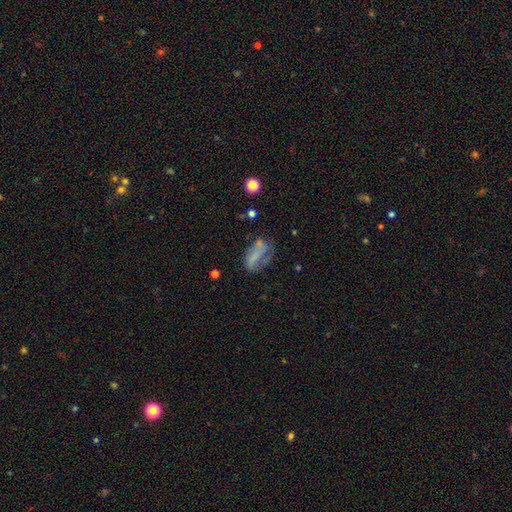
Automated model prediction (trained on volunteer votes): Morphology: type=smooth (49%); merging=none (39%).